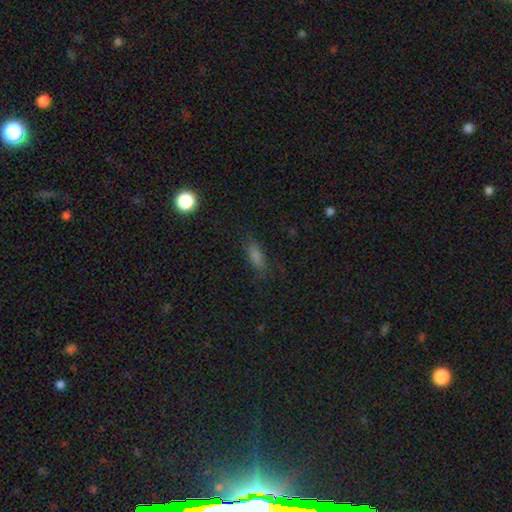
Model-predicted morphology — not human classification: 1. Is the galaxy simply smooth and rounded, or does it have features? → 75% smooth, 16% star or artifact, 9% featured or disk.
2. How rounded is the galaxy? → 57% in between, 38% cigar-shaped, 5% round.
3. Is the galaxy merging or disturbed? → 79% none, 15% minor disturbance, 5% major disturbance, 2% merger.